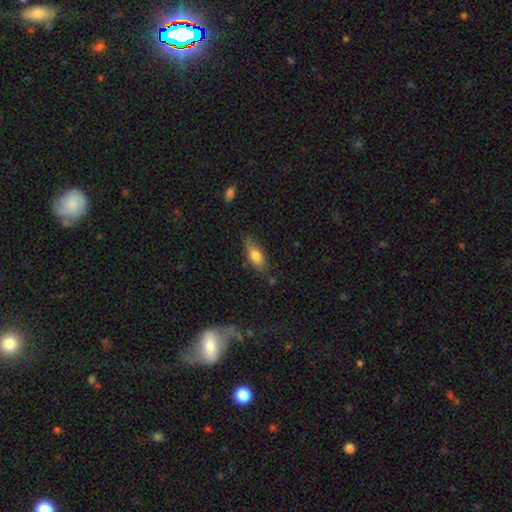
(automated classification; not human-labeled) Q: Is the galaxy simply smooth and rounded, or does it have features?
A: smooth — 74%.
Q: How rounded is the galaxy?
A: in between — 70%.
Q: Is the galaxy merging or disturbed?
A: none — 72%.